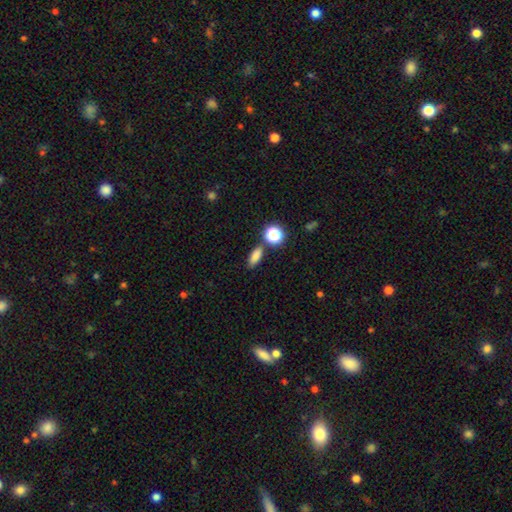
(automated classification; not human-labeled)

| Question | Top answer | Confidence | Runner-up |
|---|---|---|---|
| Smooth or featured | smooth | 80% | star or artifact (13%) |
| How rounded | in between | 72% | cigar-shaped (15%) |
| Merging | none | 78% | minor disturbance (11%) |